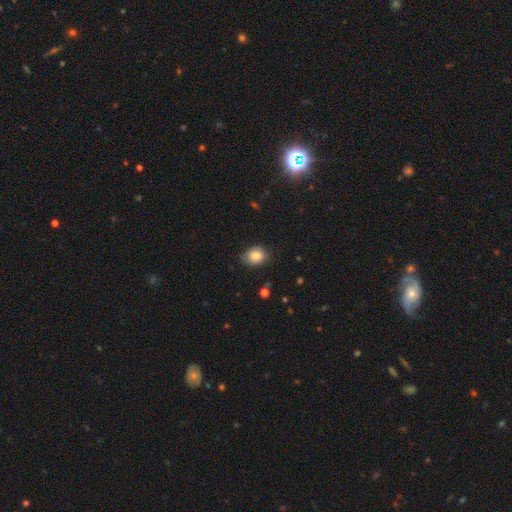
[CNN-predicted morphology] A smooth galaxy with no disk features (83%) that is round (50%).

Vote fractions:
- Smooth or featured? smooth: 83% / star or artifact: 9% / featured or disk: 9%
- How rounded? round: 50% / in between: 49% / cigar-shaped: 1%
- Merging? none: 74% / minor disturbance: 21% / major disturbance: 4% / merger: 1%